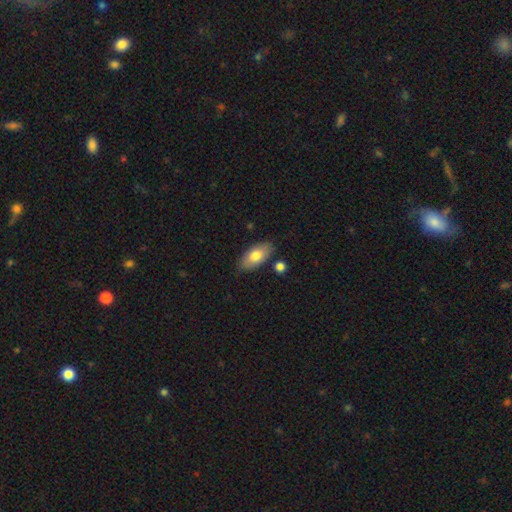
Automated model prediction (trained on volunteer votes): A smooth galaxy with no disk features (75%) that is in between round and cigar-shaped (91%).

Vote fractions:
- Smooth or featured? smooth: 75% / featured or disk: 19% / star or artifact: 6%
- How rounded? in between: 91% / cigar-shaped: 6% / round: 3%
- Merging? none: 82% / minor disturbance: 12% / merger: 4% / major disturbance: 2%